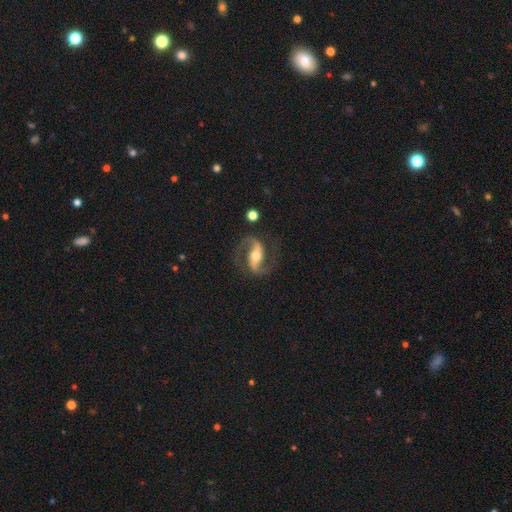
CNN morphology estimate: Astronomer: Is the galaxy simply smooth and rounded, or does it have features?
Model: featured or disk — 90%.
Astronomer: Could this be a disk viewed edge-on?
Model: no — 96%.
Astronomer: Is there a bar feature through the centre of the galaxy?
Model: strong — 53% (runner-up: weak, 29%).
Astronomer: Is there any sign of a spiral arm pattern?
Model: yes — 97%.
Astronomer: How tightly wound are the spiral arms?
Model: medium — 53% (runner-up: loose, 34%).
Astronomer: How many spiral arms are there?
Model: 2 — 94%.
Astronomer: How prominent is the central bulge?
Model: moderate — 67%.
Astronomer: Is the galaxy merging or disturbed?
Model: none — 79%.